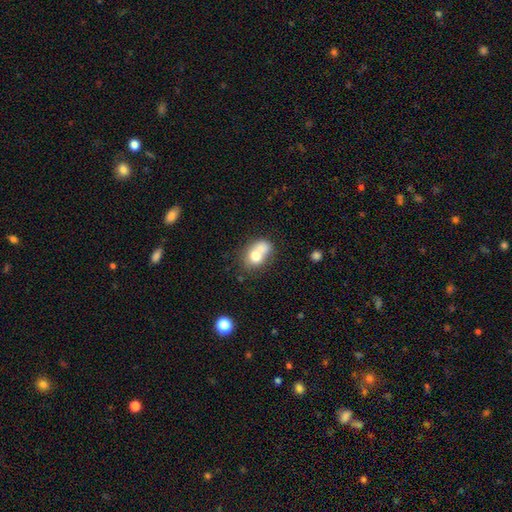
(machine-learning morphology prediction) Smooth or featured?
  - smooth: 70% *
  - featured or disk: 21%
  - star or artifact: 10%
How rounded?
  - in between: 56% *
  - round: 43%
  - cigar-shaped: 1%
Merging?
  - merger: 55% *
  - none: 27%
  - minor disturbance: 12%
  - major disturbance: 6%